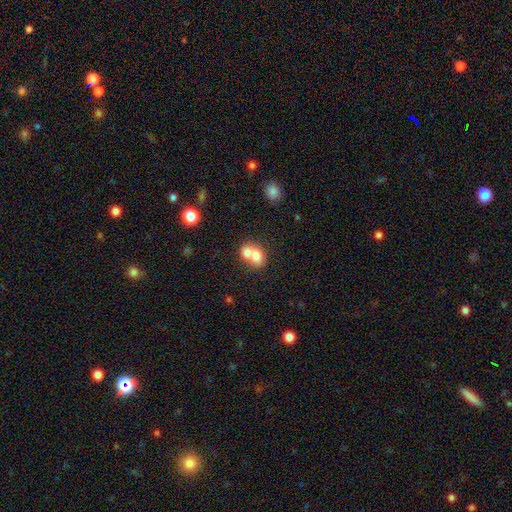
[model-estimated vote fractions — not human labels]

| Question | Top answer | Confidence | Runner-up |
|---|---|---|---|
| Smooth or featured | smooth | 70% | featured or disk (21%) |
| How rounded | in between | 51% | round (48%) |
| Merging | merger | 71% | none (21%) |